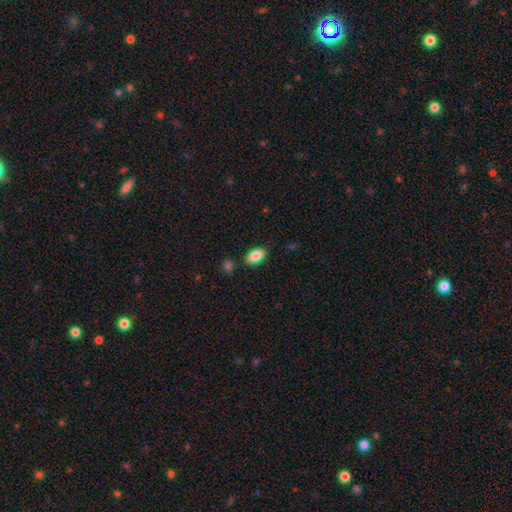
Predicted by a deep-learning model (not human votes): The model was most divided on "merging": none: 85%, minor disturbance: 10%, merger: 3%, major disturbance: 2%. More confident: how rounded — in between (93%); smooth or featured — smooth (86%).